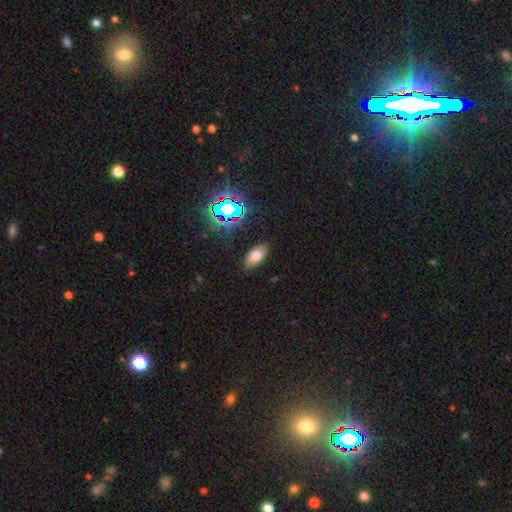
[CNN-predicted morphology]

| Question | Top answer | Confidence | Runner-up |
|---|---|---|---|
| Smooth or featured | smooth | 71% | star or artifact (18%) |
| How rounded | in between | 91% | round (5%) |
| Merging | none | 85% | minor disturbance (11%) |